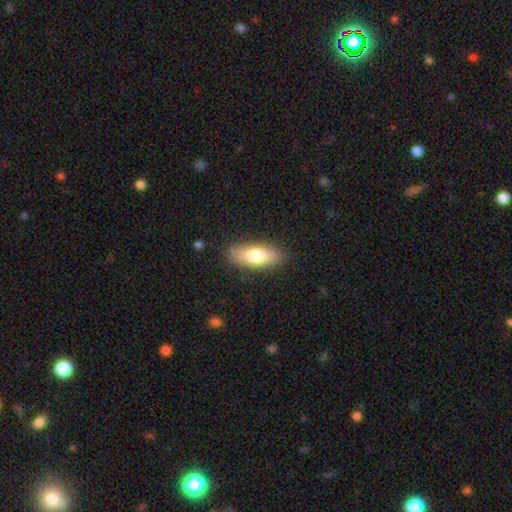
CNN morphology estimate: type=smooth (75%); roundness=in between (75%); merging=none (85%).